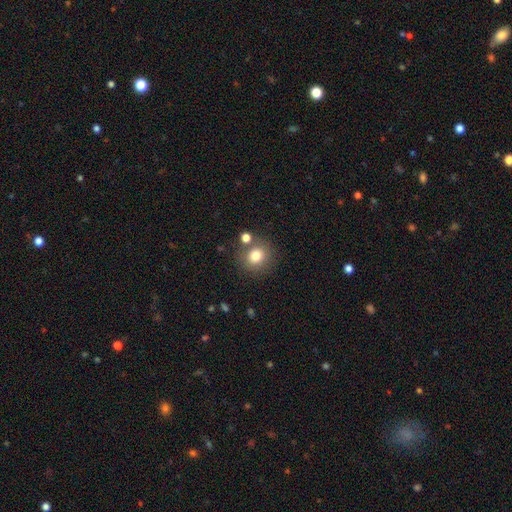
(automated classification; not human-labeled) smooth-or-featured: smooth: 79% | star or artifact: 12% | featured or disk: 9%
  how-rounded: round: 85% | in between: 14% | cigar-shaped: 1%
  merging: none: 75% | merger: 11% | minor disturbance: 10% | major disturbance: 4%